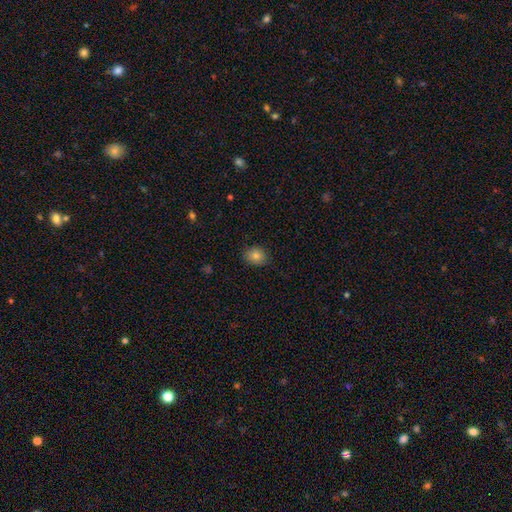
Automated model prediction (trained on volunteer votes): smooth_or_featured: smooth (p=0.82) [alt: star or artifact p=0.11]
how_rounded: round (p=0.61) [alt: in between p=0.38]
merging: none (p=0.87) [alt: minor disturbance p=0.10]